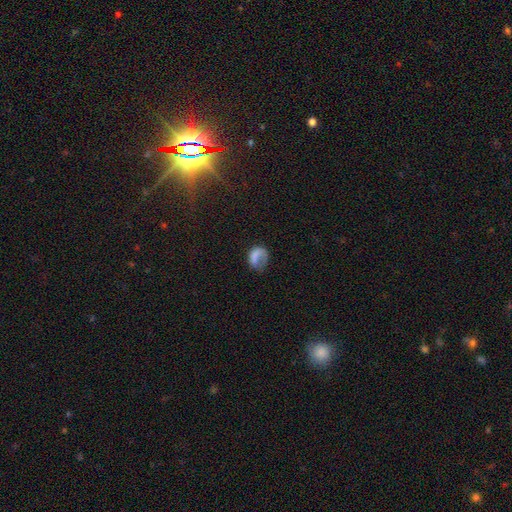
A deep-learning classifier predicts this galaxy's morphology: Overall: smooth (65%). How rounded: in between (60%; round 39%). Merging: major disturbance (37%; none 35%).